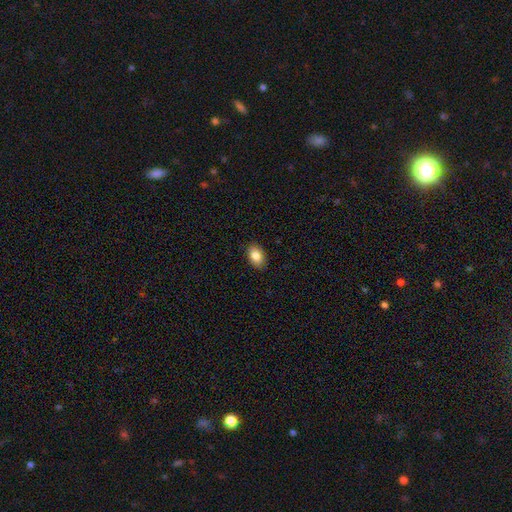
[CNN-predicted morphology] This is clearly a smooth galaxy (85%). How rounded: clearly in between (85%). Merging: clearly none (89%).